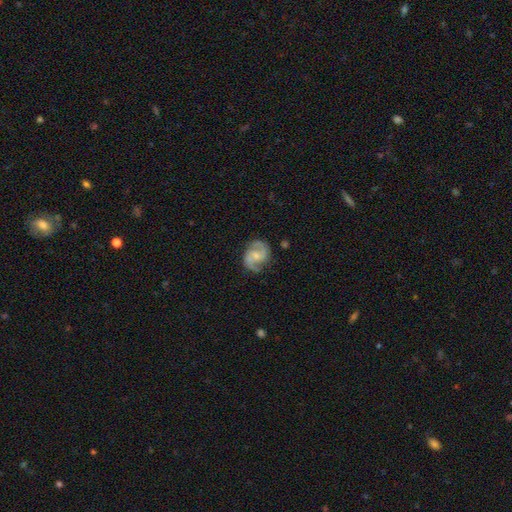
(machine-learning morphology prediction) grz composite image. It shows a featured or disk galaxy (85%) with no bar (47%), 2 (91%) medium (57%) spiral arms (97%) and a small central bulge (53%). Merging: none (78%).